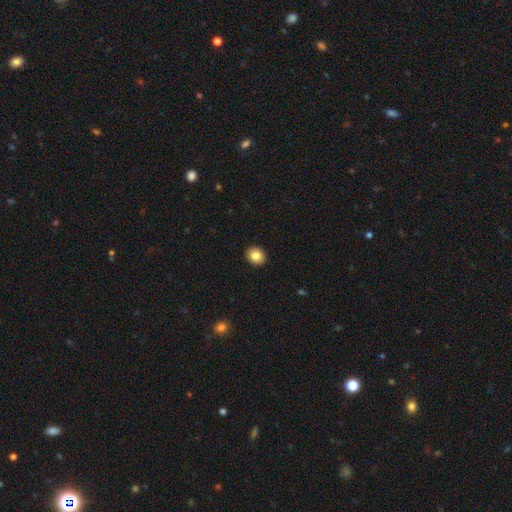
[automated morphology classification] A smooth galaxy with no disk features (83%) that is round (76%). Merging: none (93%).